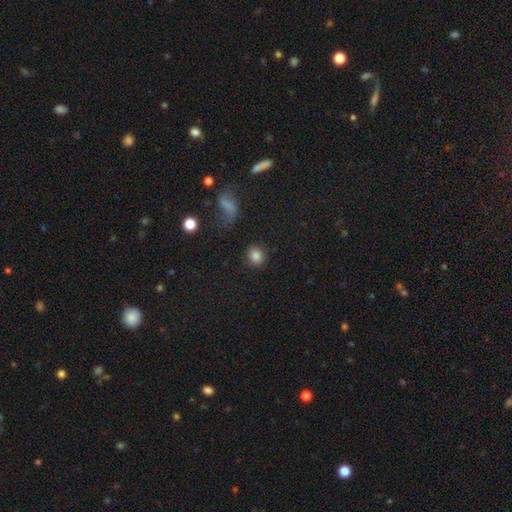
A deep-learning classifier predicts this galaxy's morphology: A smooth galaxy with no disk features (83%) that is round (83%). Merging: none (86%).